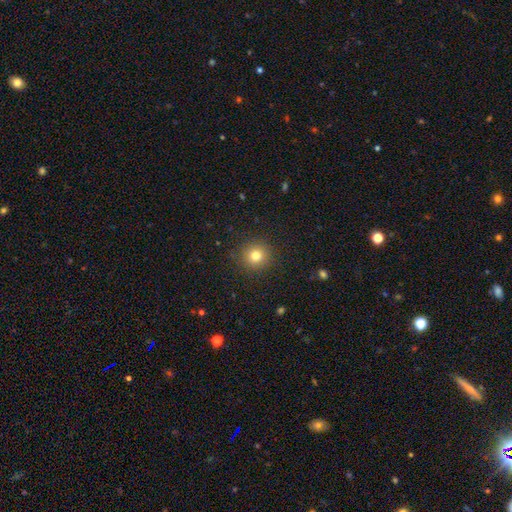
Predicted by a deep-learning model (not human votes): This appears to be a smooth galaxy with no disk features (80%) that is round (94%). Merging: none (91%).